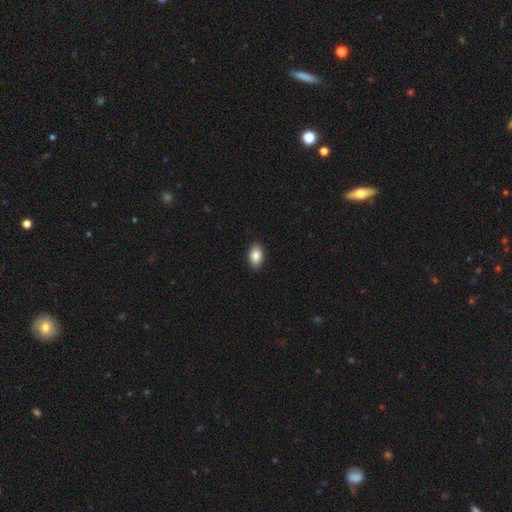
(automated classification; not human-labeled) smooth-or-featured: smooth: 88% | star or artifact: 7% | featured or disk: 5%
  how-rounded: in between: 91% | round: 8% | cigar-shaped: 1%
  merging: none: 90% | minor disturbance: 7% | major disturbance: 2% | merger: 1%